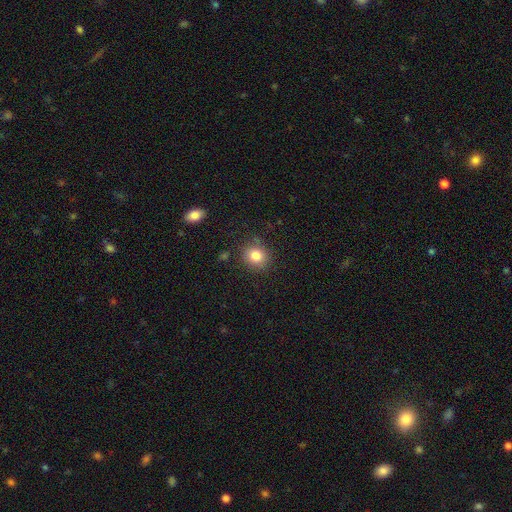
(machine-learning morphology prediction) smooth-or-featured: smooth: 82% | star or artifact: 11% | featured or disk: 7%
  how-rounded: round: 79% | in between: 20% | cigar-shaped: 1%
  merging: none: 82% | minor disturbance: 12% | major disturbance: 3% | merger: 2%